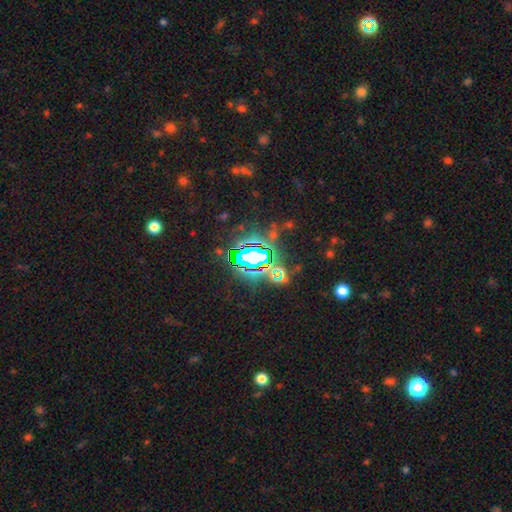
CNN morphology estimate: Smooth or featured?
  - star or artifact: 78% *
  - smooth: 12%
  - featured or disk: 10%